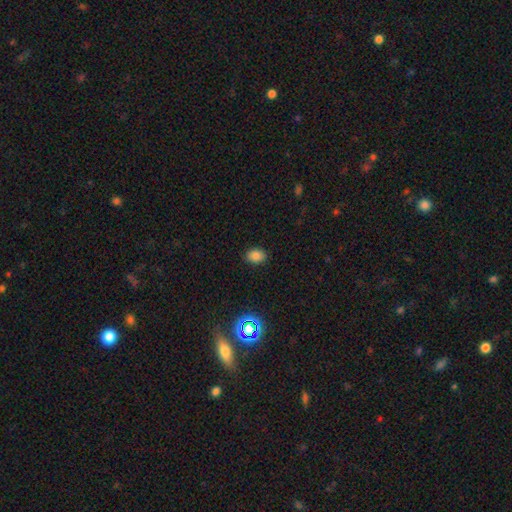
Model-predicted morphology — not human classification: The model was most divided on "how rounded": in between: 73%, round: 26%, cigar-shaped: 1%. More confident: merging — none (89%); smooth or featured — smooth (81%).